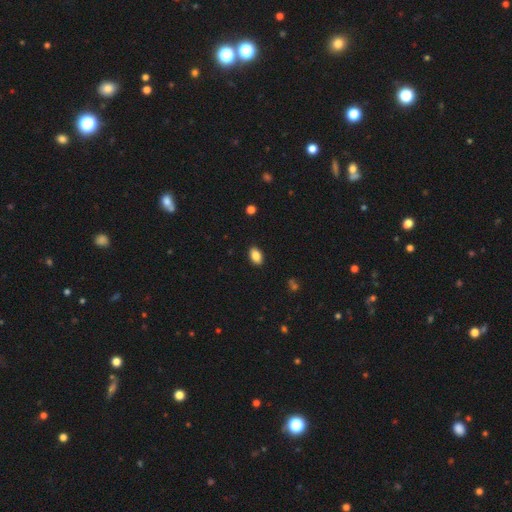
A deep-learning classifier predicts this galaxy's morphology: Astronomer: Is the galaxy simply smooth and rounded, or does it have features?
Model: smooth — 87%.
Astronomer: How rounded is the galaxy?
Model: in between — 88%.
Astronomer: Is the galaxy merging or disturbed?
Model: none — 89%.